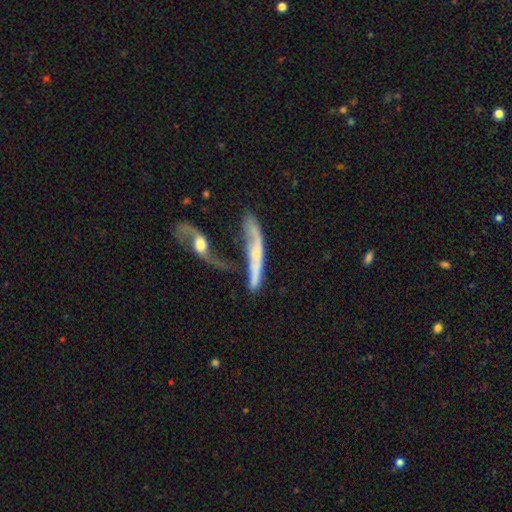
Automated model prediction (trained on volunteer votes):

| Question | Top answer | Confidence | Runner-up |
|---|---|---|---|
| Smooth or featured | featured or disk | 65% | smooth (27%) |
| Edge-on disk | yes | 57% | no (43%) |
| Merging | merger | 39% | none (28%) |